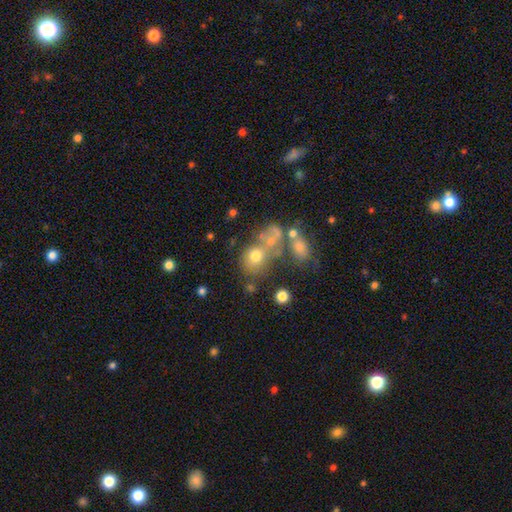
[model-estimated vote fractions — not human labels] This is likely a smooth galaxy (64%). How rounded: possibly round (58%). Merging: marginally merger (43%).